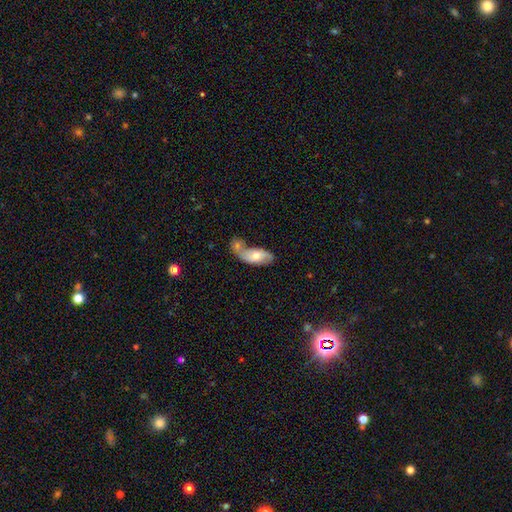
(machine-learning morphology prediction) smooth 51%, featured or disk 42%, star or artifact 6%. Down the decision tree: how rounded — in between (86%); merging — merger (45%).